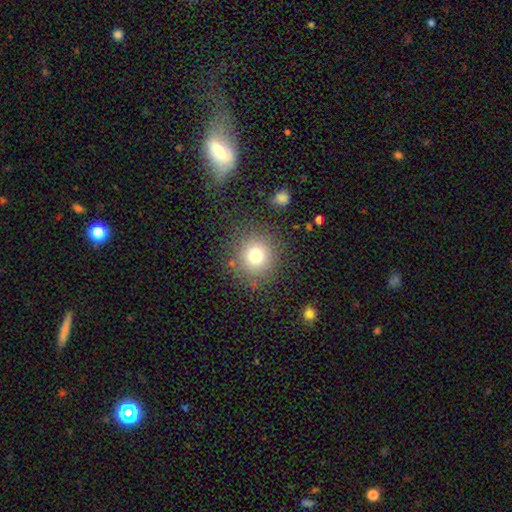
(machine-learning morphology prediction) Smooth or featured? Predicted: smooth (p=0.75). How rounded? Predicted: round (p=0.91). Merging? Predicted: none (p=0.85).